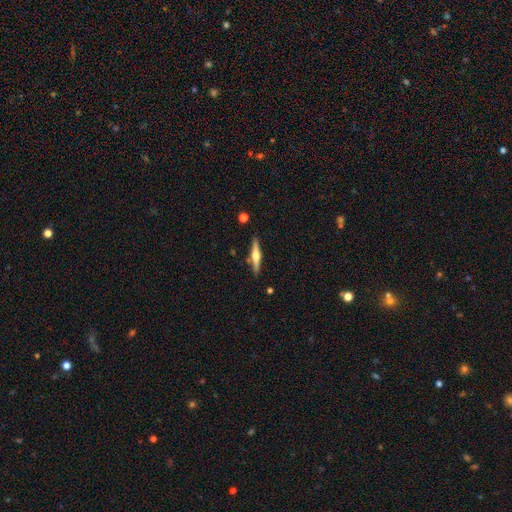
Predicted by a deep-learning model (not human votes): Smooth or featured? featured or disk (66%)
Edge-on disk? yes (97%)
Edge-on bulge? rounded (89%)
Merging? none (87%)